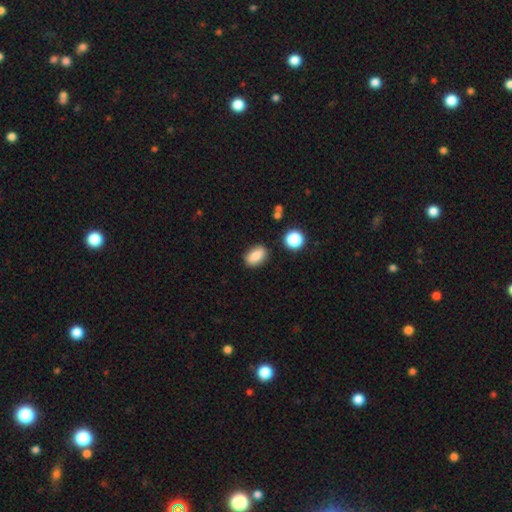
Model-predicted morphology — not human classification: Smooth or featured: smooth — 83% (star or artifact — 9%)
How rounded: in between — 84% (round — 11%)
Merging: none — 85% (minor disturbance — 10%)